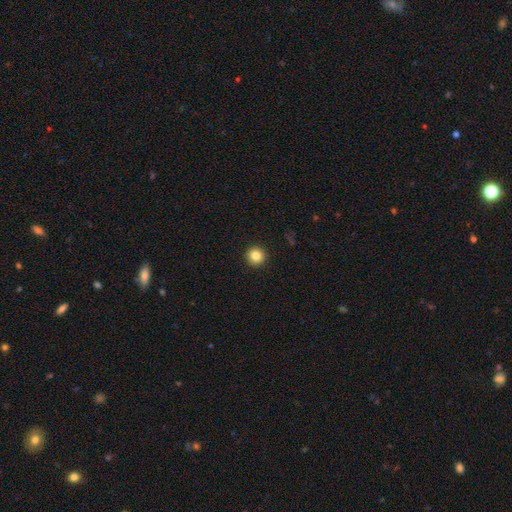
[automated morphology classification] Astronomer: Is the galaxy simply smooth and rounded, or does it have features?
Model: smooth — 84%.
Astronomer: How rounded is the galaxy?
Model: round — 95%.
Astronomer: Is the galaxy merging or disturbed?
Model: none — 94%.